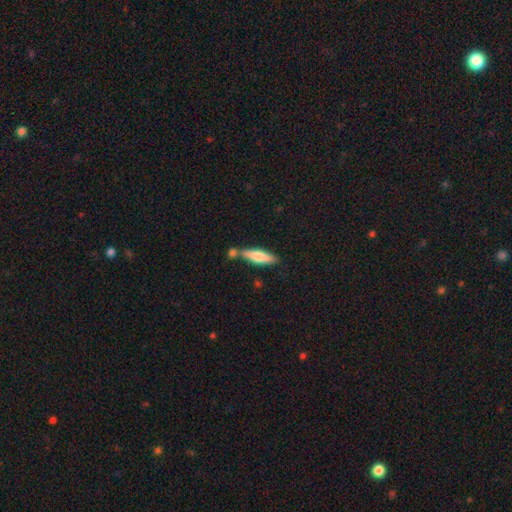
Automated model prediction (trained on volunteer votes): A smooth galaxy with no disk features (66%) that is cigar-shaped (66%).

Vote fractions:
- Smooth or featured? smooth: 66% / featured or disk: 28% / star or artifact: 6%
- How rounded? cigar-shaped: 66% / in between: 33% / round: 2%
- Merging? none: 62% / merger: 20% / minor disturbance: 14% / major disturbance: 4%